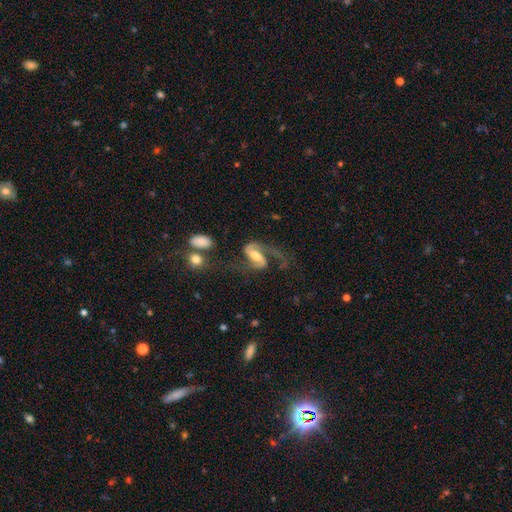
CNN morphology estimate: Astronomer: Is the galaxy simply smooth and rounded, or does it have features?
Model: featured or disk — 86%.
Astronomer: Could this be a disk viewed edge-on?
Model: no — 96%.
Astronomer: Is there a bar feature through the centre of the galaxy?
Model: strong — 41%, tied with weak at 41%.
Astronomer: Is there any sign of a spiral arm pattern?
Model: yes — 96%.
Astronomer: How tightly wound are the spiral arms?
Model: loose — 51% (runner-up: medium, 40%).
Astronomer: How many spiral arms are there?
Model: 2 — 88%.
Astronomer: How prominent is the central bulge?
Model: moderate — 58%.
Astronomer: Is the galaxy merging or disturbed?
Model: none — 50% (runner-up: major disturbance, 29%).